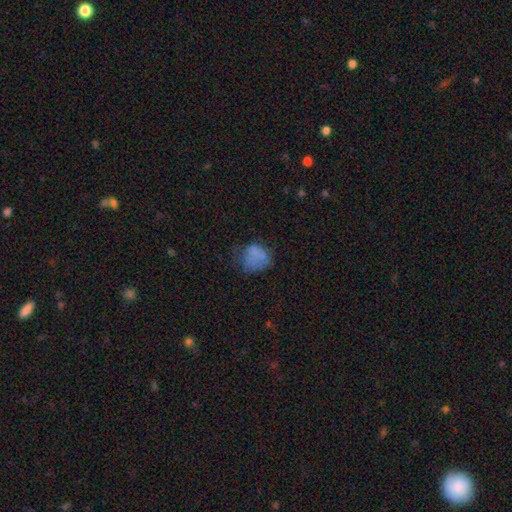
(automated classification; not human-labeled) smooth 67%, featured or disk 19%, star or artifact 13%. Down the decision tree: how rounded — round (58%); merging — none (39%).